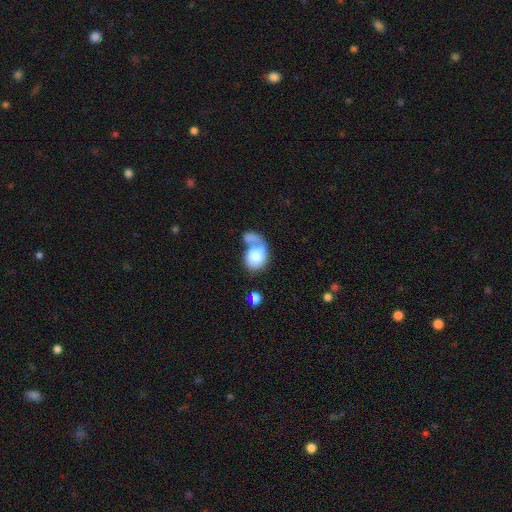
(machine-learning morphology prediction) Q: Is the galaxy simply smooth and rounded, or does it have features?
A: smooth — 70%.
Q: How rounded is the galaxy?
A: in between — 63%.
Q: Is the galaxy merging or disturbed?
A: merger — 52%.